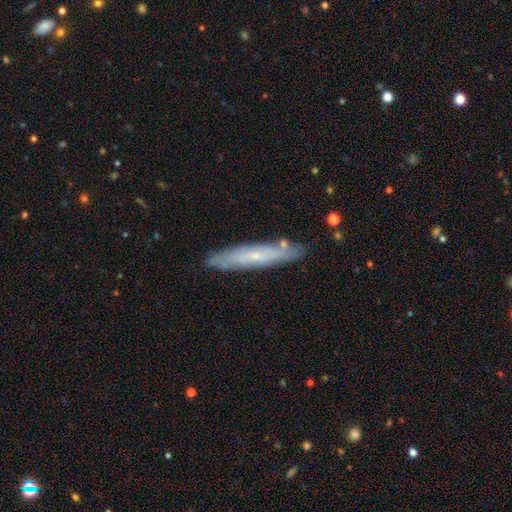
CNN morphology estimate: Q: Smooth or featured?
A: featured or disk (55%); runner-up: smooth (39%)
Q: Edge-on disk?
A: yes (66%); runner-up: no (34%)
Q: Merging?
A: none (84%); runner-up: minor disturbance (12%)